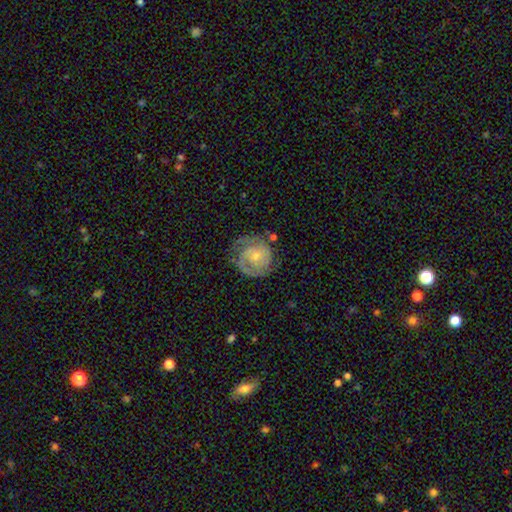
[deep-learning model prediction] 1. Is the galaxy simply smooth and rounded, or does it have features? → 83% featured or disk, 11% smooth, 6% star or artifact.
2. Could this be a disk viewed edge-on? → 98% no, 2% yes.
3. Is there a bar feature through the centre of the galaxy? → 68% no, 26% weak, 6% strong.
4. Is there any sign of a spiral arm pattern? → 96% yes, 4% no.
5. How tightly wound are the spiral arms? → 65% tight, 29% medium, 6% loose.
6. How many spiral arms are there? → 66% 2, 12% can't tell, 11% 3, 7% 1, 2% 4, 2% more than 4.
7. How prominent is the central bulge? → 62% small, 33% moderate, 2% none, 2% large, 1% dominant.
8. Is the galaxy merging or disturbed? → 72% none, 18% minor disturbance, 8% major disturbance, 2% merger.